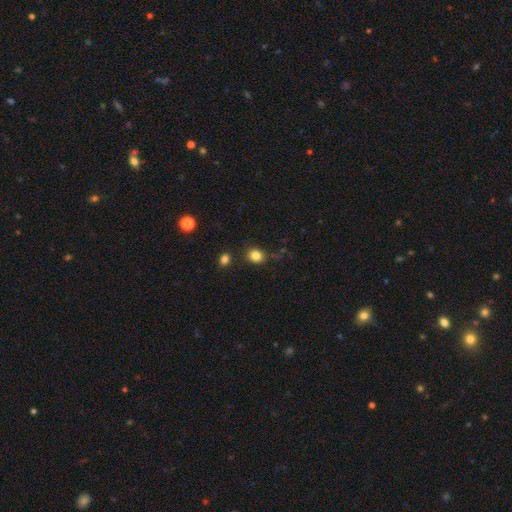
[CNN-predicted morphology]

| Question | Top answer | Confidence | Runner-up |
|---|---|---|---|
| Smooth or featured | smooth | 83% | star or artifact (12%) |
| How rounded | round | 71% | in between (28%) |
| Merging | none | 79% | minor disturbance (13%) |